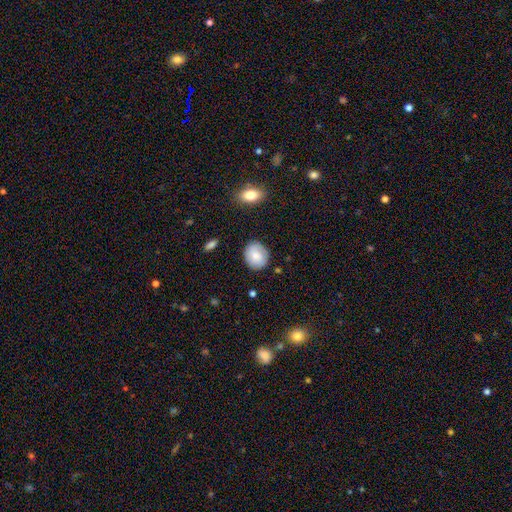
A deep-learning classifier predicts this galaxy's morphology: Smooth or featured?
  - smooth: 71% *
  - featured or disk: 22%
  - star or artifact: 7%
How rounded?
  - round: 65% *
  - in between: 34%
  - cigar-shaped: 1%
Merging?
  - none: 82% *
  - minor disturbance: 13%
  - major disturbance: 3%
  - merger: 2%